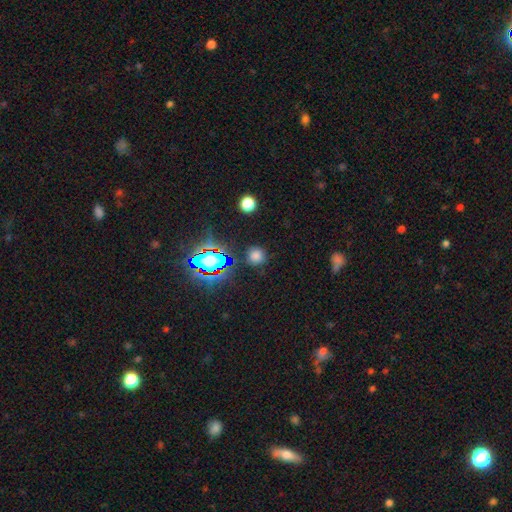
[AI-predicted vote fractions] Smooth or featured?
  - smooth: 67% *
  - star or artifact: 27%
  - featured or disk: 7%
How rounded?
  - round: 91% *
  - in between: 8%
  - cigar-shaped: 1%
Merging?
  - none: 85% *
  - minor disturbance: 9%
  - major disturbance: 3%
  - merger: 3%